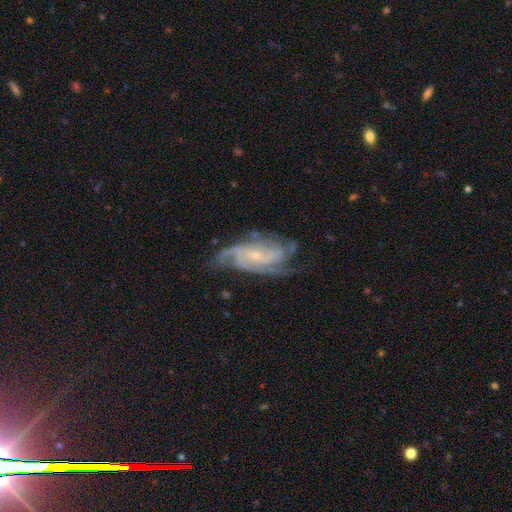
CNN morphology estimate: Q: Smooth or featured?
A: featured or disk (89%); runner-up: smooth (6%)
Q: Edge-on disk?
A: no (95%); runner-up: yes (5%)
Q: Bar?
A: no (63%); runner-up: weak (28%)
Q: Spiral arms?
A: yes (97%); runner-up: no (3%)
Q: Spiral winding?
A: tight (47%); runner-up: medium (42%)
Q: Spiral arm count?
A: 3 (33%); runner-up: 4 (28%)
Q: Bulge size?
A: small (76%); runner-up: moderate (19%)
Q: Merging?
A: none (67%); runner-up: minor disturbance (21%)